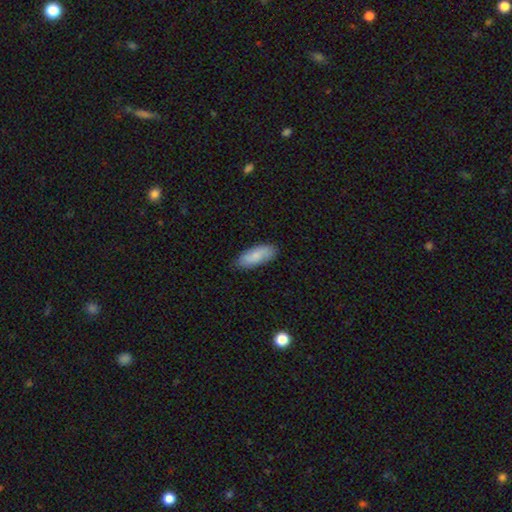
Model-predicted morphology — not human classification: This is clearly a smooth galaxy (81%). How rounded: likely in between (77%). Merging: clearly none (82%).